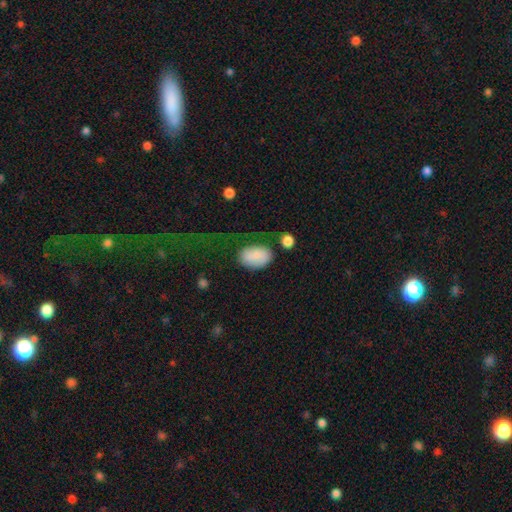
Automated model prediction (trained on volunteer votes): Morphology: type=smooth (82%); roundness=in between (88%); merging=none (59%).